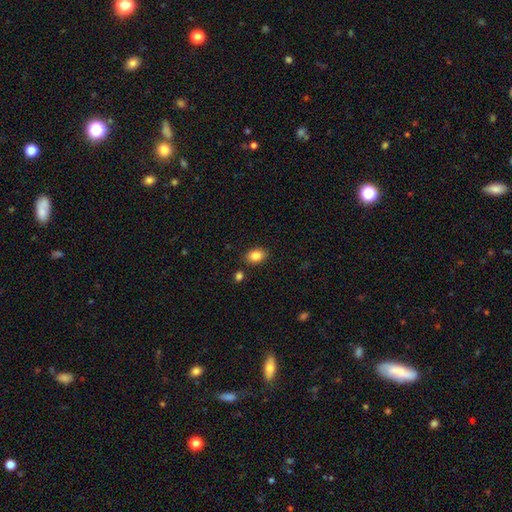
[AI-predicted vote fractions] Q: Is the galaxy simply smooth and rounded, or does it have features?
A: smooth — 85%.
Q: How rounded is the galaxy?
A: in between — 79%.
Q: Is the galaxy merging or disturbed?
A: none — 86%.